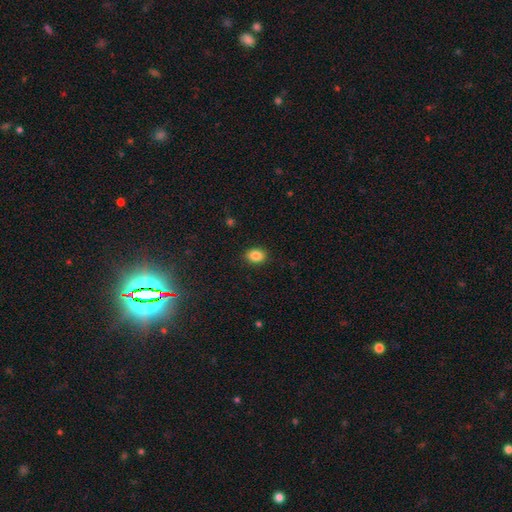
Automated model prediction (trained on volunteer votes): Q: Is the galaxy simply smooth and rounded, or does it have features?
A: smooth — 86%.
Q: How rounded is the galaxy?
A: in between — 67%.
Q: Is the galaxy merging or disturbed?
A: none — 89%.